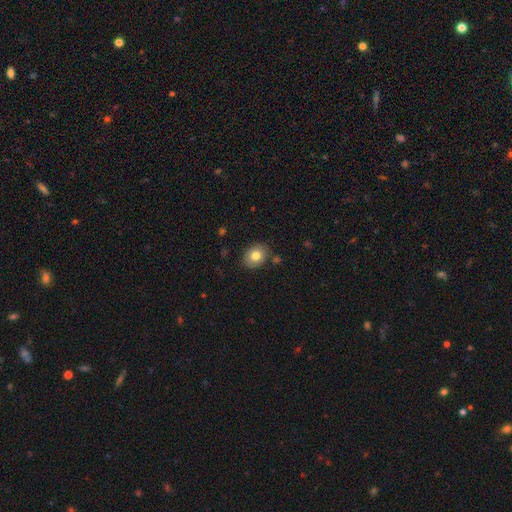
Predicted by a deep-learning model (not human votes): A smooth galaxy with no disk features (78%) that is in between round and cigar-shaped (50%). Merging: none (84%).